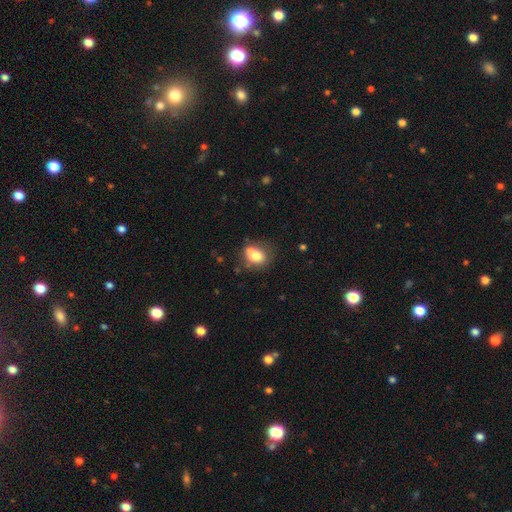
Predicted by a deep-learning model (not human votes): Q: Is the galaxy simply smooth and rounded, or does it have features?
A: smooth — 70%.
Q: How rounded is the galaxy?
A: round — 59%.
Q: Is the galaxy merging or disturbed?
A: merger — 44%.